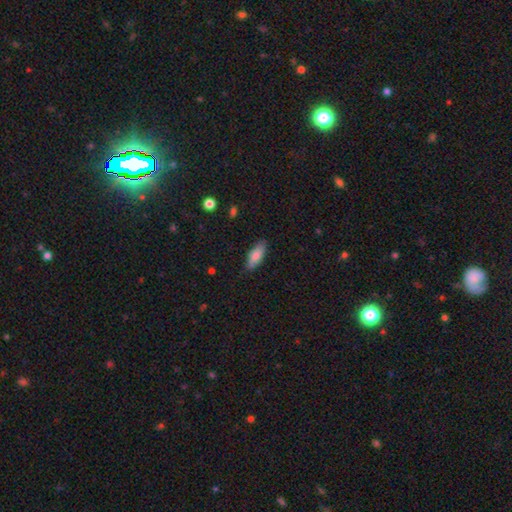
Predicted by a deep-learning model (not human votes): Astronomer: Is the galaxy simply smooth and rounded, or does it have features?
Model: smooth — 79%.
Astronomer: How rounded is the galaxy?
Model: in between — 70%.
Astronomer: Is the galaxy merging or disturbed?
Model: none — 83%.